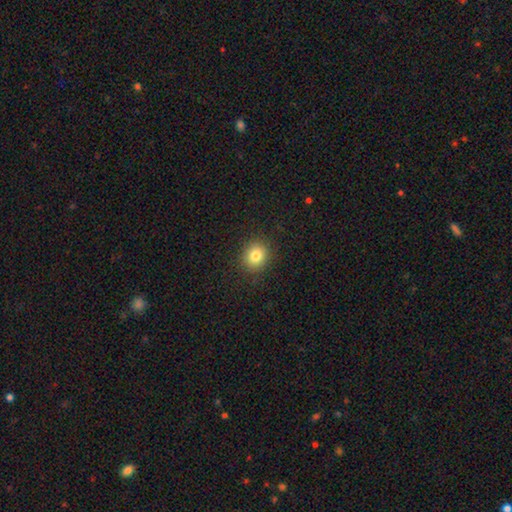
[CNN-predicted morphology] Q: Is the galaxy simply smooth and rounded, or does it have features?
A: smooth — 82%.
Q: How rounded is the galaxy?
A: round — 79%.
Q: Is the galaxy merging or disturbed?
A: none — 90%.